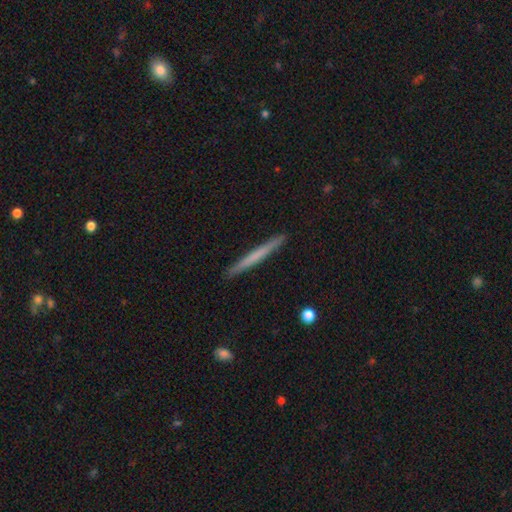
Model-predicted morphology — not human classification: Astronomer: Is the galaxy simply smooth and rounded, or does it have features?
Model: smooth — 57% (runner-up: featured or disk, 37%).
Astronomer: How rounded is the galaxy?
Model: cigar-shaped — 97%.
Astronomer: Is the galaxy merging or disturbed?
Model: none — 92%.